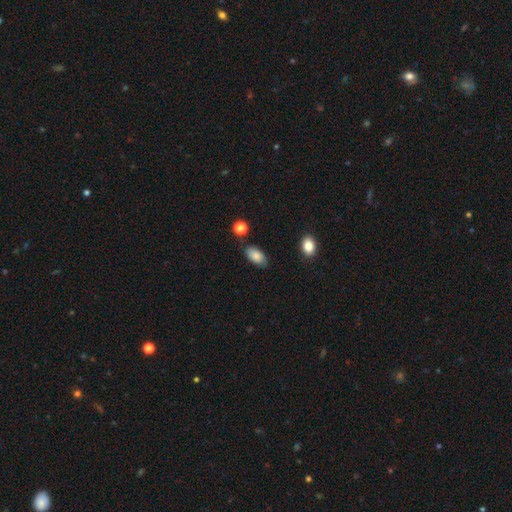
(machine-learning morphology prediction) This appears to be a smooth galaxy with no disk features (84%) that is in between round and cigar-shaped (93%). Merging: none (79%).